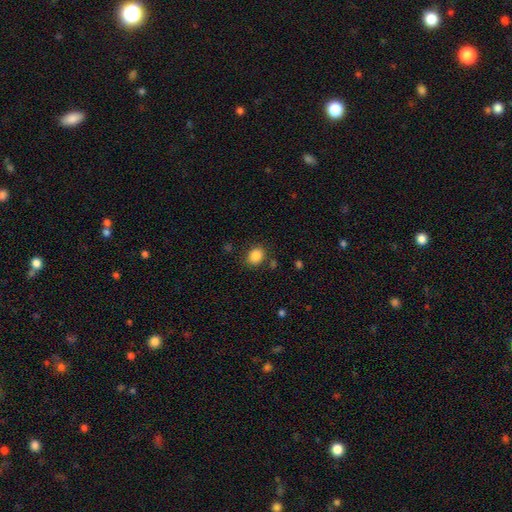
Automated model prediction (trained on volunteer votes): Morphology: type=smooth (86%); roundness=round (53%); merging=none (82%).